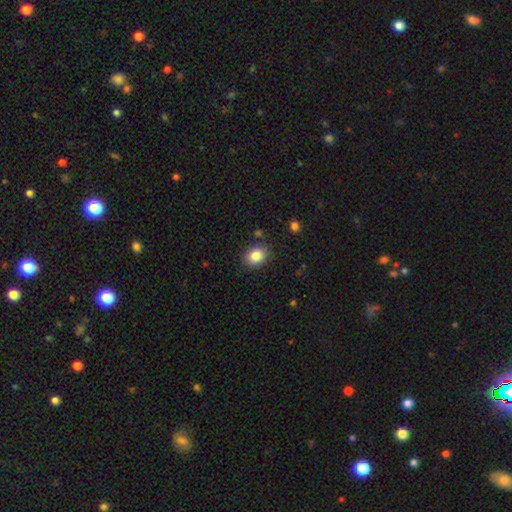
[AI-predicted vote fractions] smooth_or_featured: smooth (p=0.85) [alt: star or artifact p=0.09]
how_rounded: in between (p=0.52) [alt: round p=0.48]
merging: none (p=0.86) [alt: minor disturbance p=0.09]